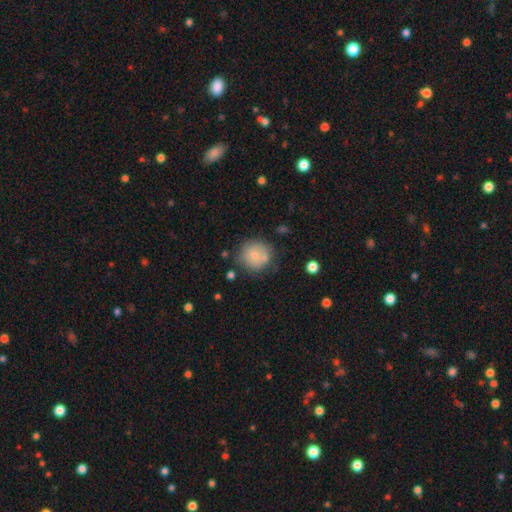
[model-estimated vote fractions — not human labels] Overall: smooth (75%). How rounded: round (91%). Merging: none (66%).